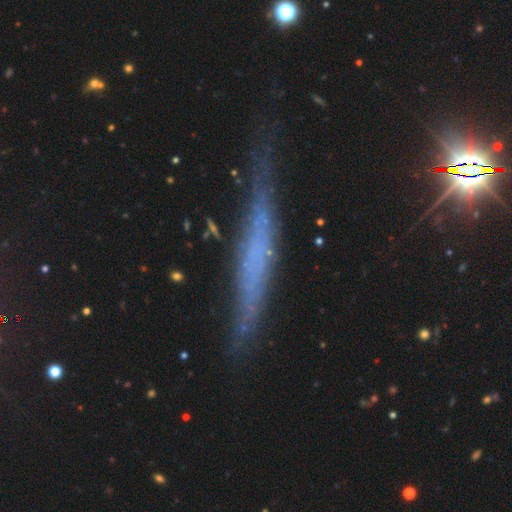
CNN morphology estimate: Smooth or featured? Predicted: featured or disk (p=0.59). Edge-on disk? Predicted: yes (p=0.91). Edge-on bulge? Predicted: none (p=0.73). Merging? Predicted: none (p=0.76).